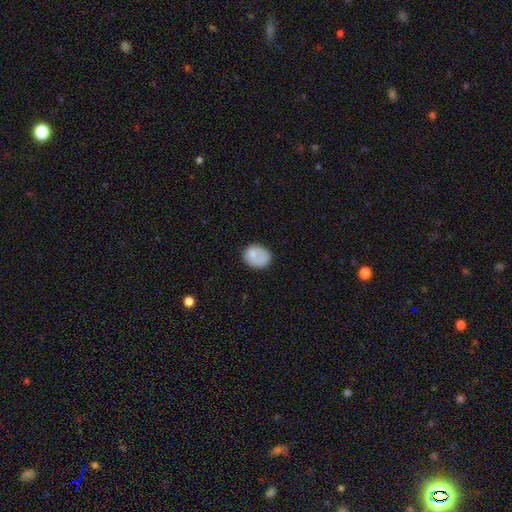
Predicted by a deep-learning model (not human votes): A smooth galaxy with no disk features (77%) that is round (62%).

Vote fractions:
- Smooth or featured? smooth: 77% / featured or disk: 15% / star or artifact: 8%
- How rounded? round: 62% / in between: 37% / cigar-shaped: 1%
- Merging? none: 63% / minor disturbance: 23% / major disturbance: 10% / merger: 4%